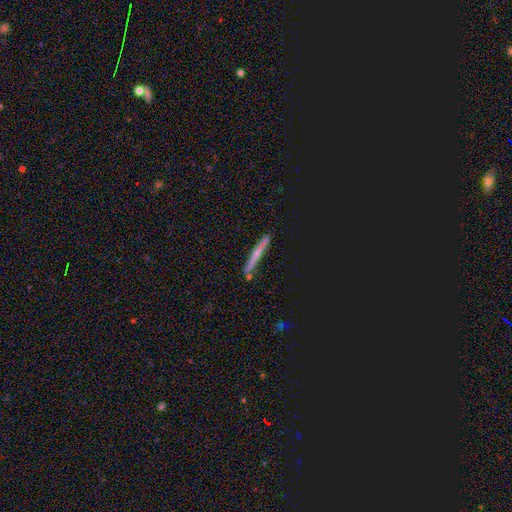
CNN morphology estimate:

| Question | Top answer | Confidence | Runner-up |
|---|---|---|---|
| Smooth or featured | smooth | 45% | featured or disk (40%) |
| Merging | none | 84% | minor disturbance (11%) |